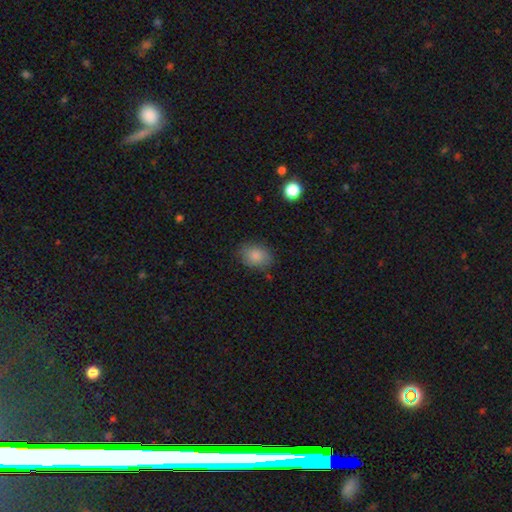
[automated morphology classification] smooth_or_featured: smooth (p=0.83) [alt: featured or disk p=0.09]
how_rounded: in between (p=0.68) [alt: round p=0.31]
merging: none (p=0.76) [alt: minor disturbance p=0.18]